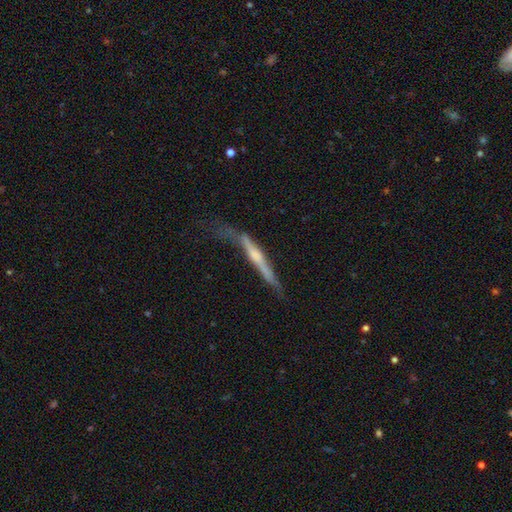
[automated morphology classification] smooth-or-featured: featured or disk: 62% | smooth: 31% | star or artifact: 6%
  disk-edge-on: yes: 92% | no: 8%
    edge-on-bulge: rounded: 50% | none: 34% | boxy: 16%
  merging: none: 48% | minor disturbance: 30% | major disturbance: 18% | merger: 4%